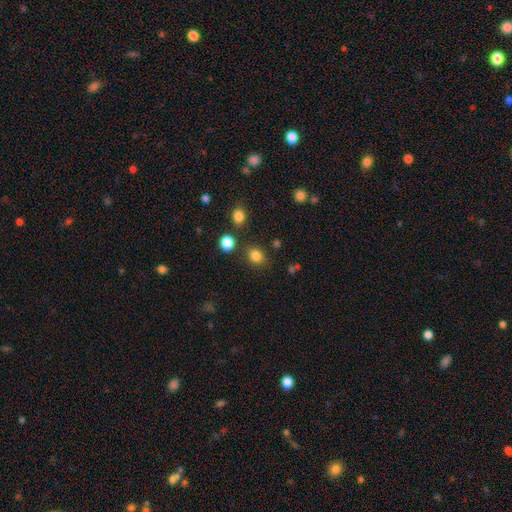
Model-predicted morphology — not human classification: A smooth galaxy with no disk features (82%) that is round (63%).

Vote fractions:
- Smooth or featured? smooth: 82% / star or artifact: 13% / featured or disk: 5%
- How rounded? round: 63% / in between: 36% / cigar-shaped: 1%
- Merging? none: 81% / minor disturbance: 10% / merger: 5% / major disturbance: 4%